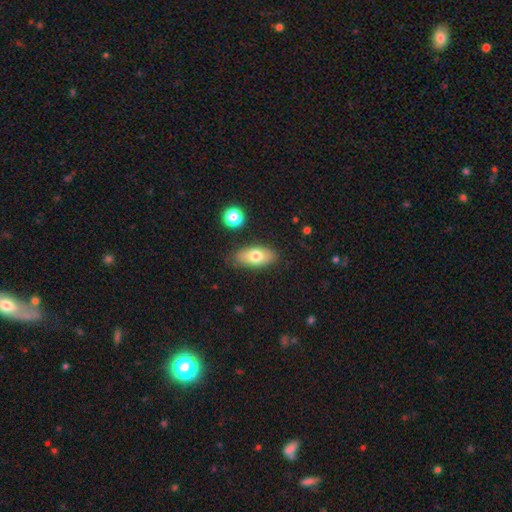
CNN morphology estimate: A smooth galaxy with no disk features (73%) that is in between round and cigar-shaped (87%). Merging: none (82%).